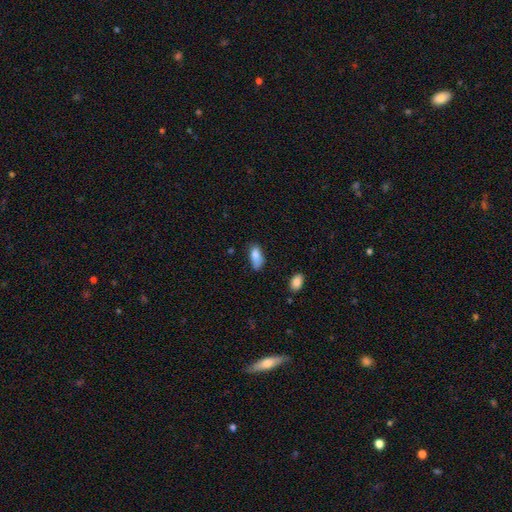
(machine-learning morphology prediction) A smooth galaxy with no disk features (84%) that is in between round and cigar-shaped (87%).

Vote fractions:
- Smooth or featured? smooth: 84% / featured or disk: 8% / star or artifact: 8%
- How rounded? in between: 87% / cigar-shaped: 10% / round: 3%
- Merging? none: 59% / minor disturbance: 31% / major disturbance: 7% / merger: 3%